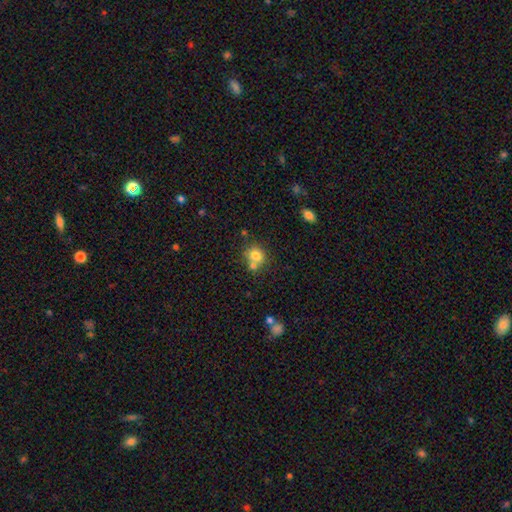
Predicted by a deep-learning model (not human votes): The model was most divided on "merging": none: 51%, merger: 35%, minor disturbance: 10%, major disturbance: 4%. More confident: how rounded — round (81%); smooth or featured — smooth (77%).